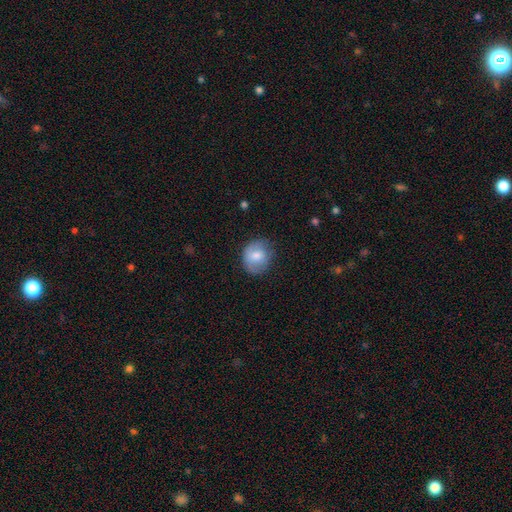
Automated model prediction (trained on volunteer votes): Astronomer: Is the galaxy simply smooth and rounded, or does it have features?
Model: smooth — 70%.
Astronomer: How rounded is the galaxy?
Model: round — 71%.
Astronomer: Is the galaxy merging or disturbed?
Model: none — 69%.